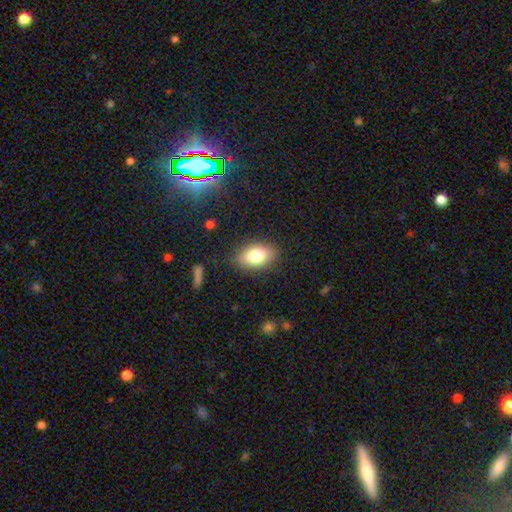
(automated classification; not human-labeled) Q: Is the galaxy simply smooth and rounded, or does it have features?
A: smooth — 80%.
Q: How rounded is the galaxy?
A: in between — 89%.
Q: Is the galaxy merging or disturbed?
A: none — 86%.